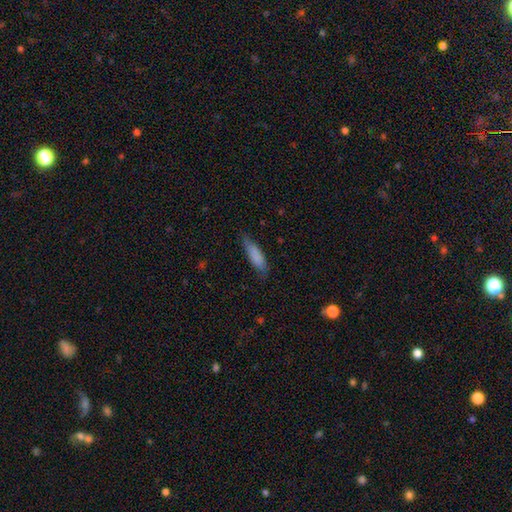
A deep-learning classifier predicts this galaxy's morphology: The model was most divided on "how rounded": cigar-shaped: 56%, in between: 42%, round: 2%. More confident: smooth or featured — smooth (81%); merging — none (70%).